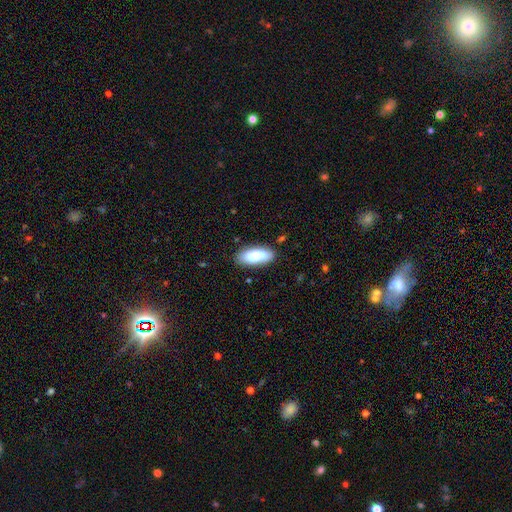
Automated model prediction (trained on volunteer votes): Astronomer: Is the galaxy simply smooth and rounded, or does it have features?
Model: smooth — 80%.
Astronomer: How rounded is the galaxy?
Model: in between — 83%.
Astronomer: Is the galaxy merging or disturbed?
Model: none — 81%.